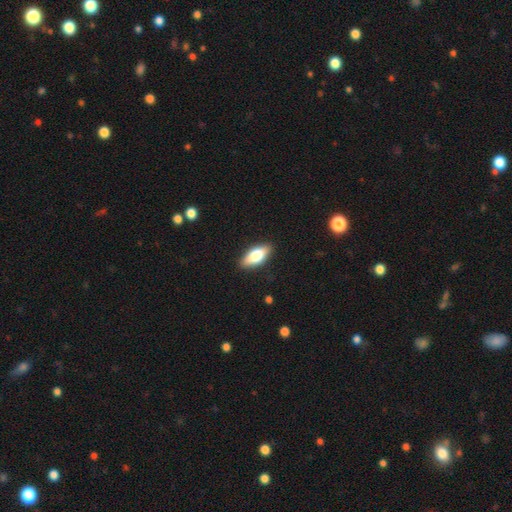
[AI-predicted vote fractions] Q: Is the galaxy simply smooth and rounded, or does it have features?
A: smooth — 71%.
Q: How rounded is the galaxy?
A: in between — 80%.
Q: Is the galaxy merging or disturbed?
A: none — 87%.